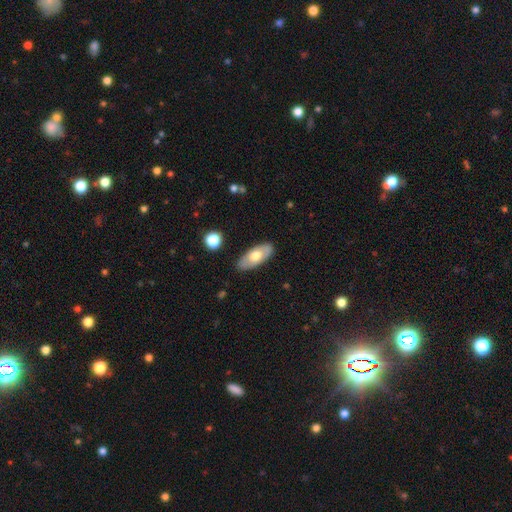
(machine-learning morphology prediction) A smooth galaxy with no disk features (58%) that is in between round and cigar-shaped (88%).

Vote fractions:
- Smooth or featured? smooth: 58% / featured or disk: 37% / star or artifact: 6%
- How rounded? in between: 88% / cigar-shaped: 9% / round: 3%
- Merging? none: 84% / minor disturbance: 12% / major disturbance: 2% / merger: 1%